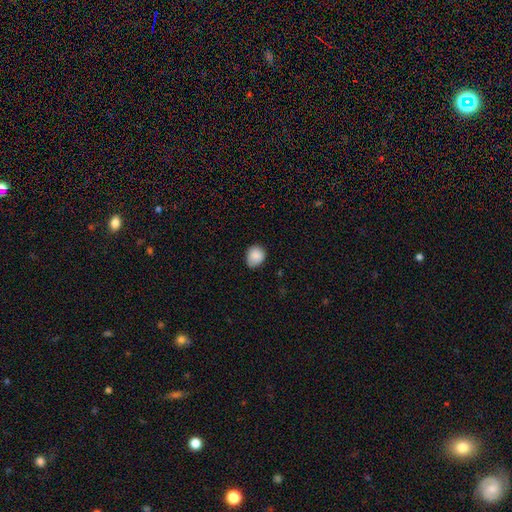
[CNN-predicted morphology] Smooth or featured? smooth (87%)
How rounded? round (64%)
Merging? none (73%)